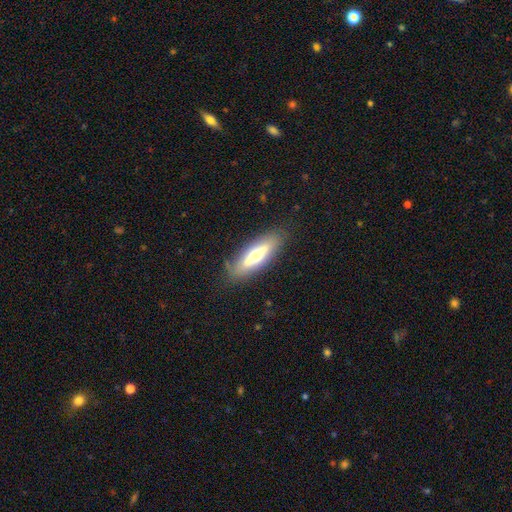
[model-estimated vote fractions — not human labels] smooth_or_featured: smooth (p=0.53) [alt: featured or disk p=0.40]
how_rounded: in between (p=0.50) [alt: cigar-shaped p=0.48]
merging: none (p=0.81) [alt: minor disturbance p=0.14]